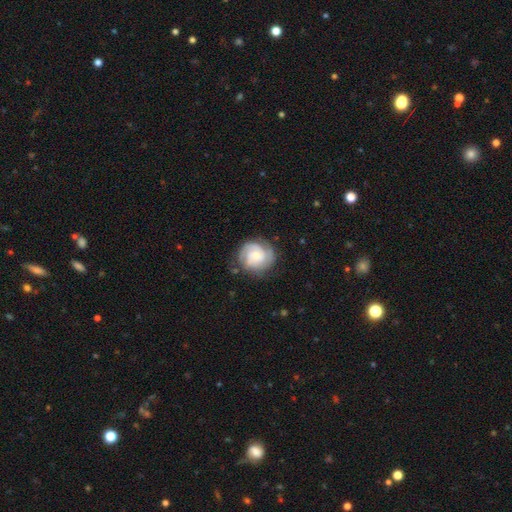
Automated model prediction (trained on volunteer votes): smooth-or-featured: featured or disk: 77% | smooth: 17% | star or artifact: 6%
  disk-edge-on: no: 98% | yes: 2%
    bar: no: 63% | weak: 31% | strong: 6%
    has-spiral-arms: yes: 96% | no: 4%
      spiral-winding: tight: 65% | medium: 29% | loose: 6%
      spiral-arm-count: 2: 38% | 3: 28% | can't tell: 20% | 1: 5% | 4: 5% | more than 4: 4%
    bulge-size: small: 51% | moderate: 28% | none: 12% | large: 7% | dominant: 2%
  merging: none: 74% | minor disturbance: 17% | major disturbance: 7% | merger: 2%